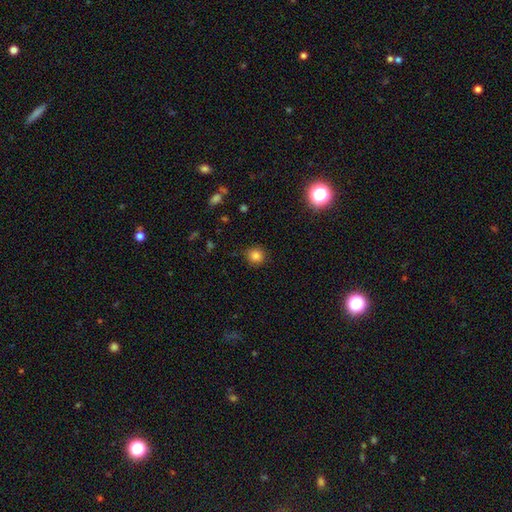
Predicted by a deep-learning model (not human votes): smooth_or_featured: smooth (p=0.83) [alt: star or artifact p=0.12]
how_rounded: round (p=0.90) [alt: in between p=0.09]
merging: none (p=0.87) [alt: minor disturbance p=0.09]